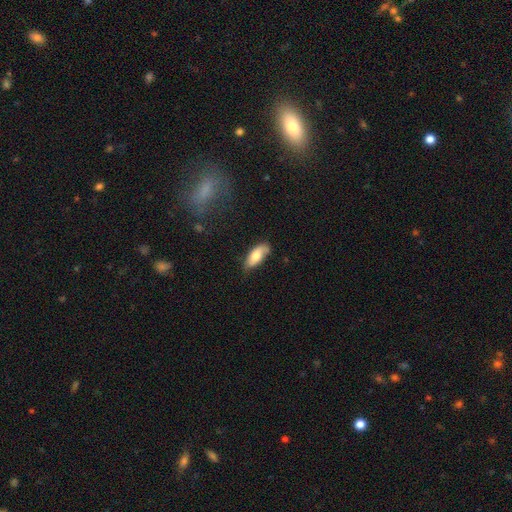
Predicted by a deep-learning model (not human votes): This is likely a smooth galaxy (72%). How rounded: clearly in between (82%). Merging: likely none (64%).